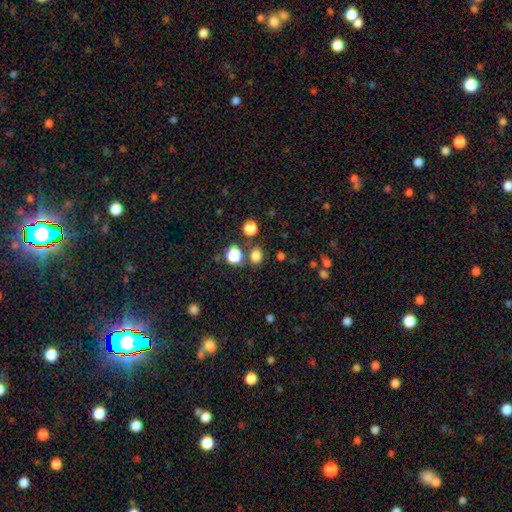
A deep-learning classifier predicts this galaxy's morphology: The model was most divided on "how rounded": round: 75%, in between: 24%, cigar-shaped: 1%. More confident: merging — none (80%); smooth or featured — smooth (78%).